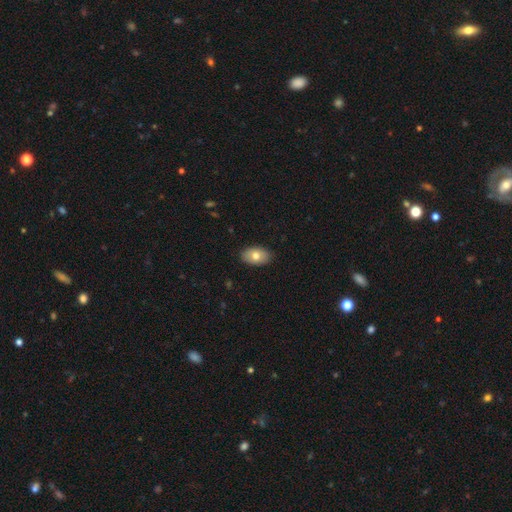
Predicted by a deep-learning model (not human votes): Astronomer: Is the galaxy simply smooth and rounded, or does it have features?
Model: smooth — 74%.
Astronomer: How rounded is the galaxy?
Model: in between — 91%.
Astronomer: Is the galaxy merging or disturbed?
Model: none — 88%.